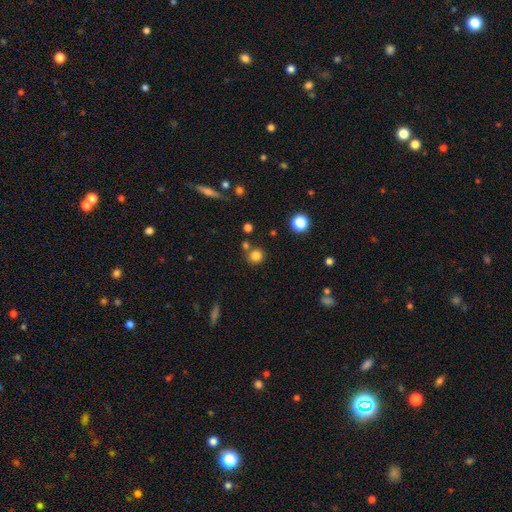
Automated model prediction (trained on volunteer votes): smooth-or-featured: smooth: 81% | star or artifact: 14% | featured or disk: 6%
  how-rounded: round: 91% | in between: 8% | cigar-shaped: 1%
  merging: none: 77% | merger: 12% | minor disturbance: 8% | major disturbance: 3%